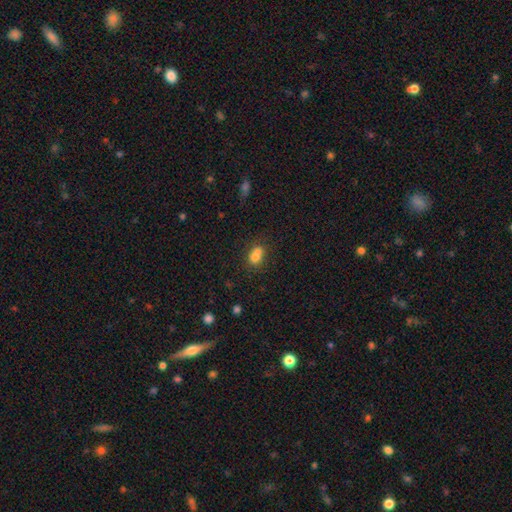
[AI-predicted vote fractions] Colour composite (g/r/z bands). It shows a smooth galaxy with no disk features (75%) that is in between round and cigar-shaped (56%). Merging: merger (48%).